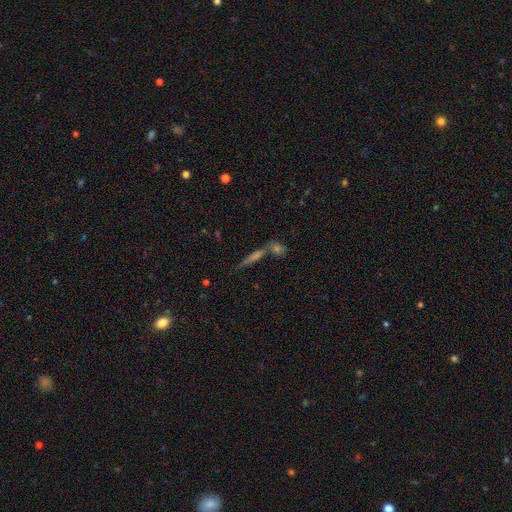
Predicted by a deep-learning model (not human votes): This appears to be a featured or disk galaxy (43%). Merging: none (62%).